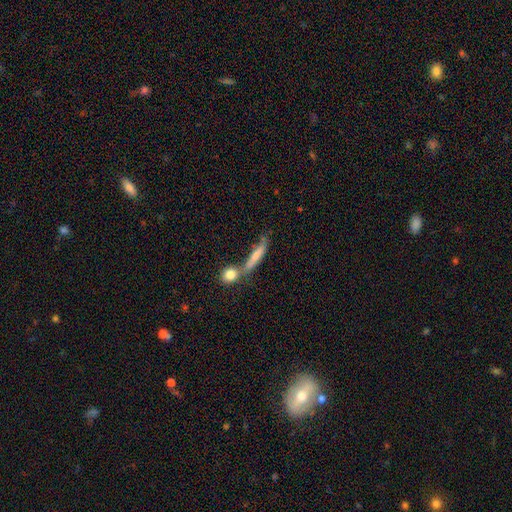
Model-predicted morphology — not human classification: Overall: smooth (70%). How rounded: cigar-shaped (72%). Merging: none (42%; merger 40%).